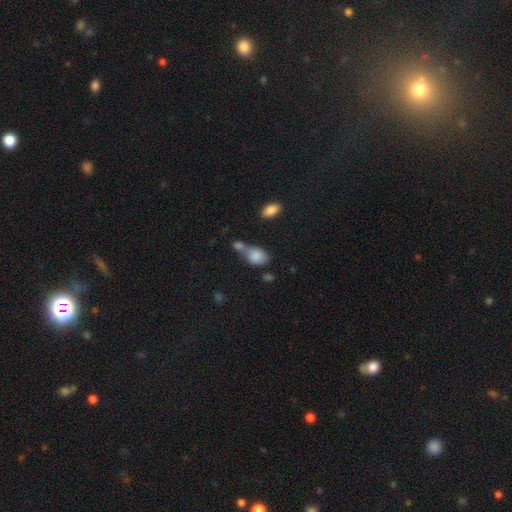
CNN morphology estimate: This is clearly a smooth galaxy (84%). How rounded: likely in between (73%). Merging: possibly merger (49%).